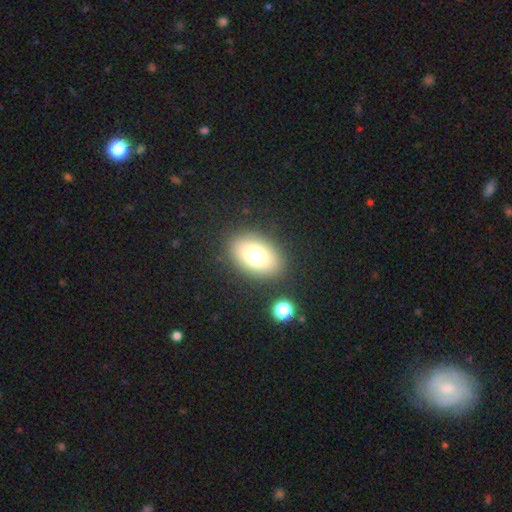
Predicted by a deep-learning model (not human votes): A smooth galaxy with no disk features (73%) that is in between round and cigar-shaped (81%).

Vote fractions:
- Smooth or featured? smooth: 73% / featured or disk: 14% / star or artifact: 13%
- How rounded? in between: 81% / round: 18% / cigar-shaped: 1%
- Merging? none: 85% / minor disturbance: 9% / major disturbance: 4% / merger: 2%